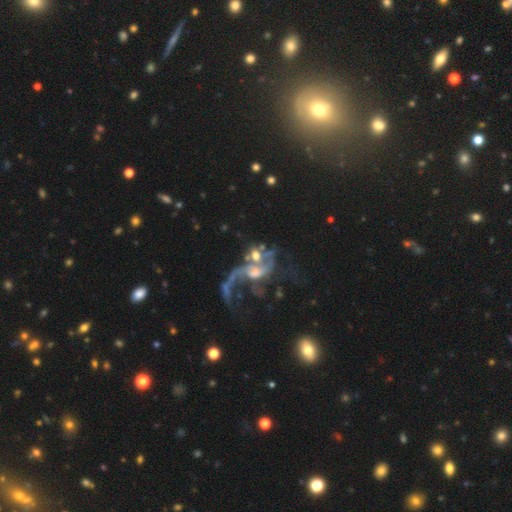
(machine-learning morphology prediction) Smooth or featured? Predicted: featured or disk (p=0.76). Edge-on disk? Predicted: no (p=0.97). Bar? Predicted: no (p=0.60). Spiral arms? Predicted: yes (p=0.75). Spiral winding? Predicted: loose (p=0.75). Spiral arm count? Predicted: 1 (p=0.39). Bulge size? Predicted: moderate (p=0.47). Merging? Predicted: merger (p=0.46).